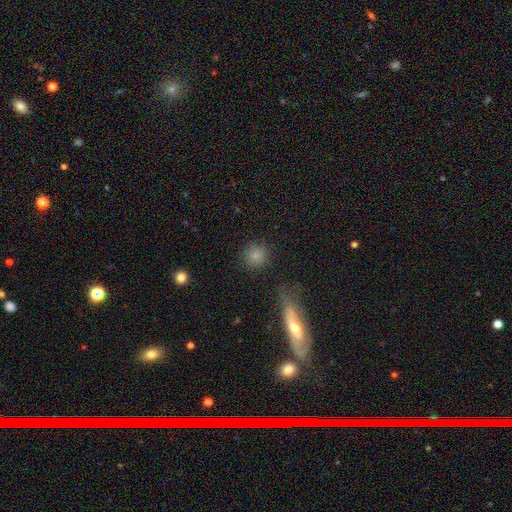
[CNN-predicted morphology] Smooth or featured: smooth — 83% (star or artifact — 12%)
How rounded: round — 92% (in between — 7%)
Merging: none — 86% (minor disturbance — 7%)